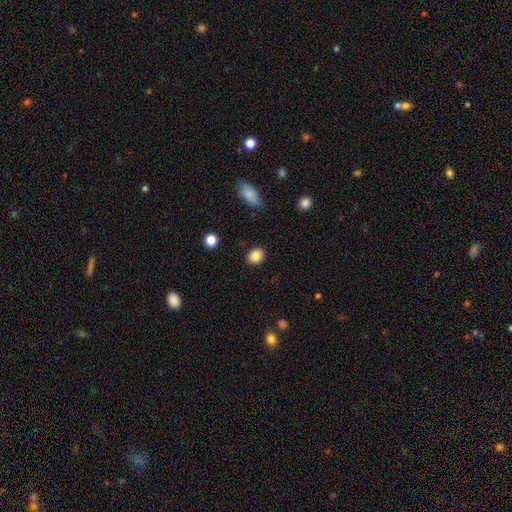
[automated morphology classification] Smooth or featured? smooth (85%)
How rounded? round (56%)
Merging? none (88%)